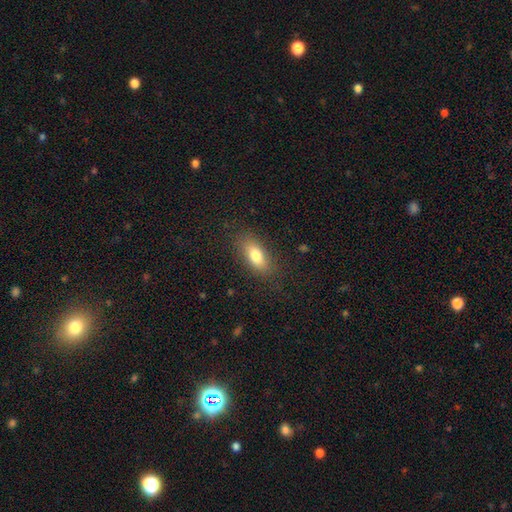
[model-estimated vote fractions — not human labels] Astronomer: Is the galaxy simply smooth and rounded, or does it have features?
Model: smooth — 78%.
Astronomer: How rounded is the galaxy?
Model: in between — 82%.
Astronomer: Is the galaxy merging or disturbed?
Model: none — 82%.